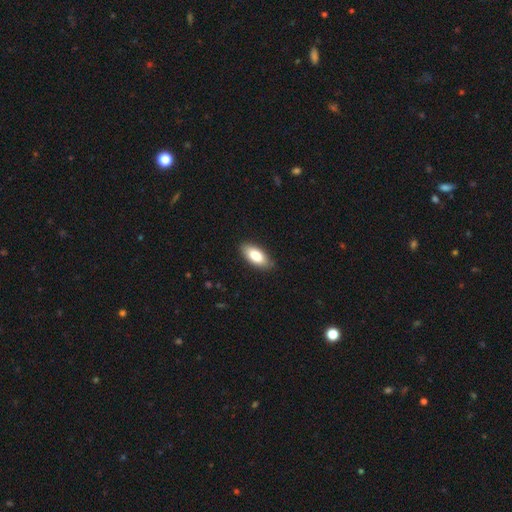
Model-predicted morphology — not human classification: smooth_or_featured: smooth (p=0.83) [alt: featured or disk p=0.11]
how_rounded: in between (p=0.89) [alt: cigar-shaped p=0.09]
merging: none (p=0.87) [alt: minor disturbance p=0.10]